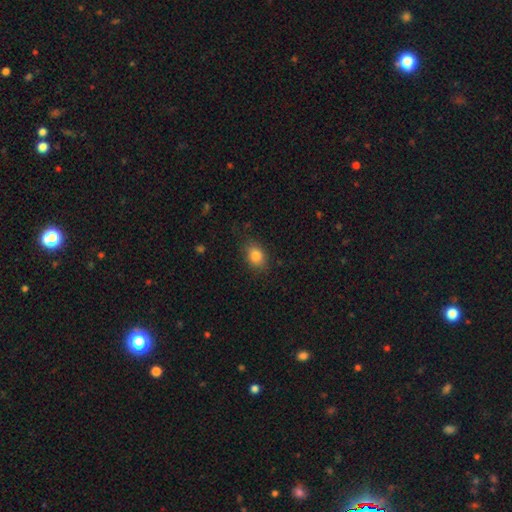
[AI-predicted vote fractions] A smooth galaxy with no disk features (83%) that is in between round and cigar-shaped (68%).

Vote fractions:
- Smooth or featured? smooth: 83% / star or artifact: 10% / featured or disk: 7%
- How rounded? in between: 68% / round: 31% / cigar-shaped: 1%
- Merging? none: 80% / minor disturbance: 15% / major disturbance: 4% / merger: 1%